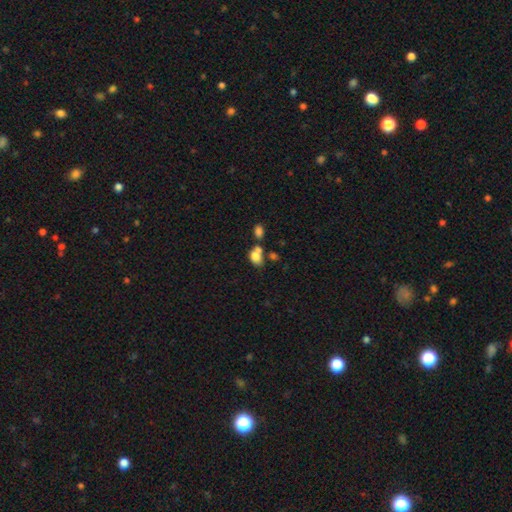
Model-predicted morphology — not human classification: The model was most divided on "merging": merger: 46%, none: 34%, minor disturbance: 13%, major disturbance: 6%. More confident: smooth or featured — smooth (78%); how rounded — in between (71%).